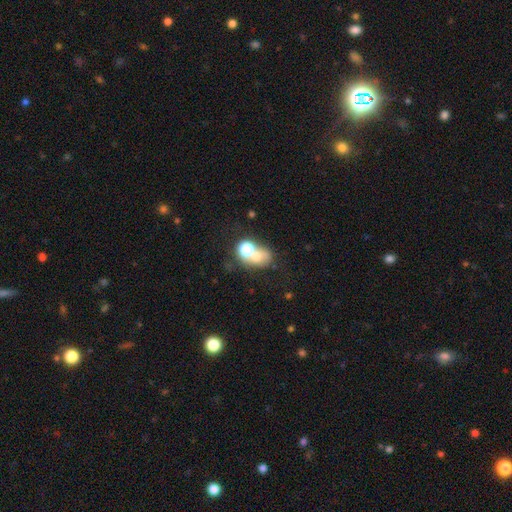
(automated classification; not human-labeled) smooth_or_featured: smooth (p=0.61) [alt: featured or disk p=0.23]
how_rounded: round (p=0.51) [alt: in between p=0.48]
merging: merger (p=0.53) [alt: none p=0.31]